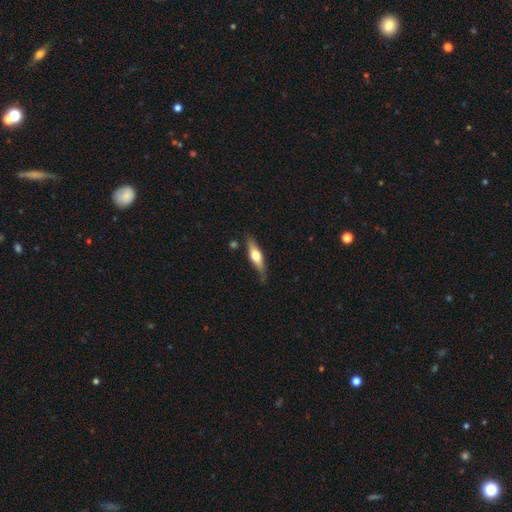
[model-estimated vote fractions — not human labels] Smooth or featured? Predicted: featured or disk (p=0.52). Edge-on disk? Predicted: yes (p=0.92). Merging? Predicted: none (p=0.76).